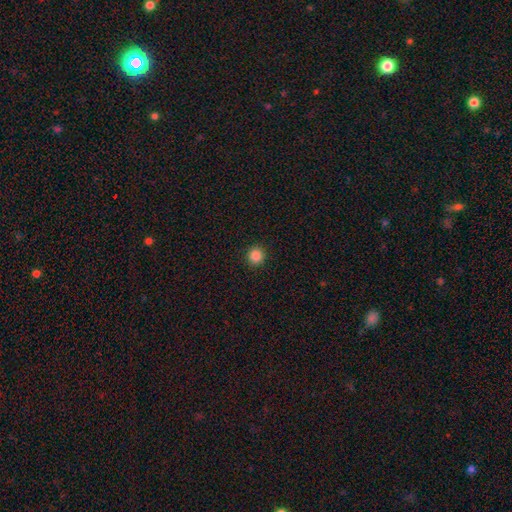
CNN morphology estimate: Smooth or featured? smooth (86%)
How rounded? round (94%)
Merging? none (93%)